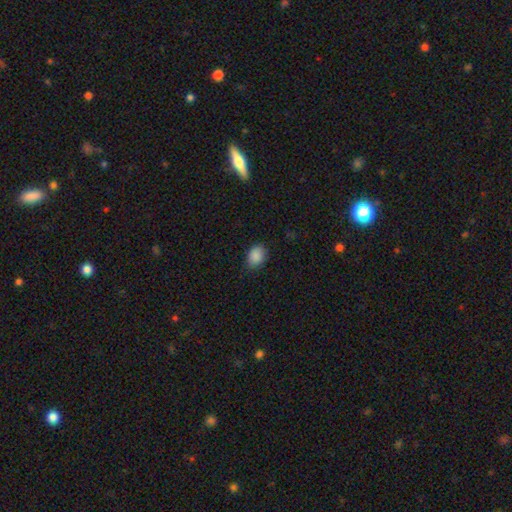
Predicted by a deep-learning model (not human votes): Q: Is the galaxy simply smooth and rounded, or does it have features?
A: smooth — 89%.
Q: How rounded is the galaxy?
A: in between — 68%.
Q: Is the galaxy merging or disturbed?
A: none — 80%.